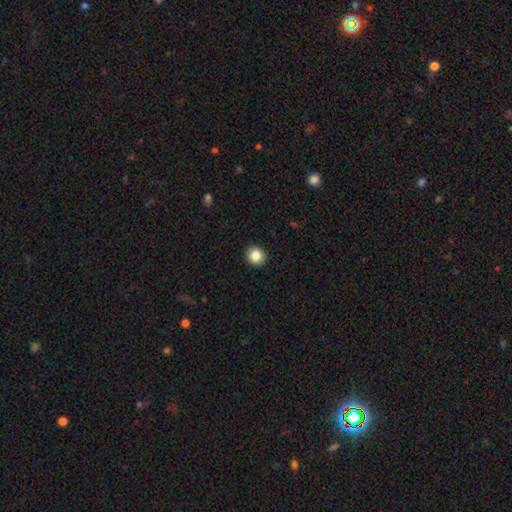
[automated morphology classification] A smooth galaxy with no disk features (86%) that is round (84%). Merging: none (92%).